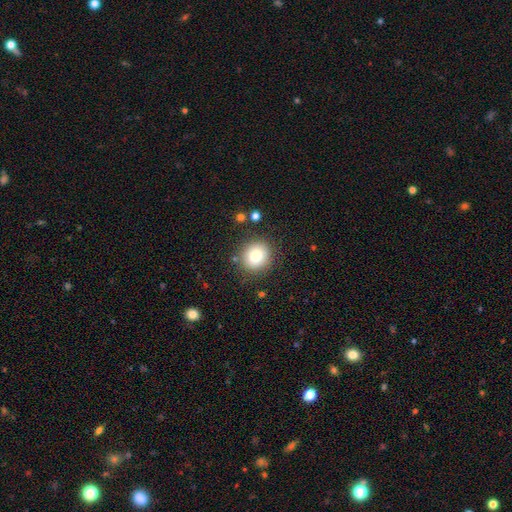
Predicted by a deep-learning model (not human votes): This is likely a smooth galaxy (79%). How rounded: clearly round (85%). Merging: clearly none (86%).